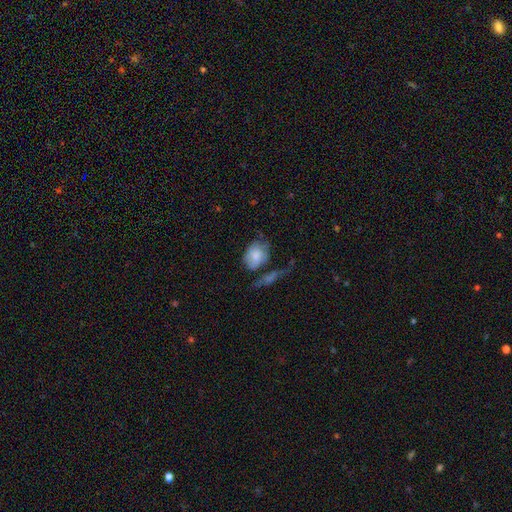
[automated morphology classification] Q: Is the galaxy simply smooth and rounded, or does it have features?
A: smooth — 71%.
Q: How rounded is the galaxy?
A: in between — 71%.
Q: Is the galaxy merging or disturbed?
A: none — 32%.